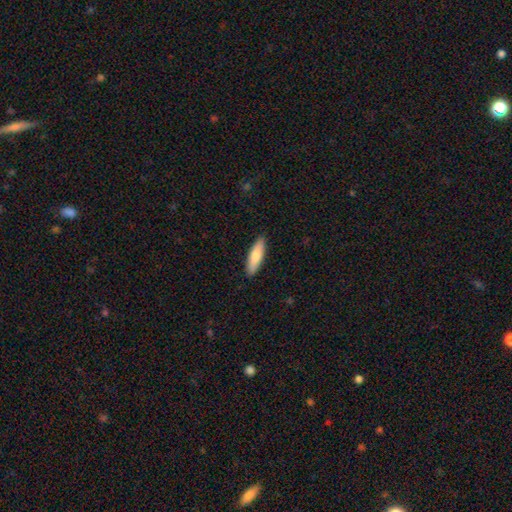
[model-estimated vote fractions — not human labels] Overall: smooth (77%). How rounded: cigar-shaped (58%; in between 40%). Merging: none (89%).